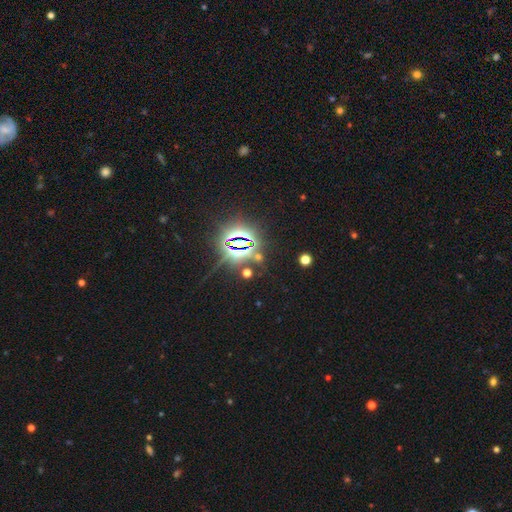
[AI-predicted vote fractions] Smooth or featured? Predicted: star or artifact (p=0.84).